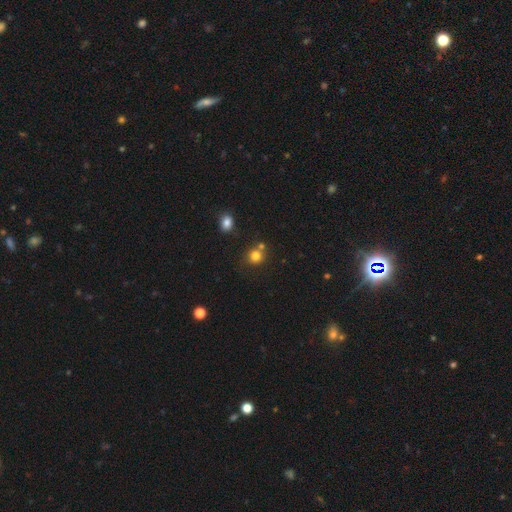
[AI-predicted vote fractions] Q: Smooth or featured?
A: smooth (80%); runner-up: star or artifact (13%)
Q: How rounded?
A: round (85%); runner-up: in between (14%)
Q: Merging?
A: none (65%); runner-up: merger (21%)